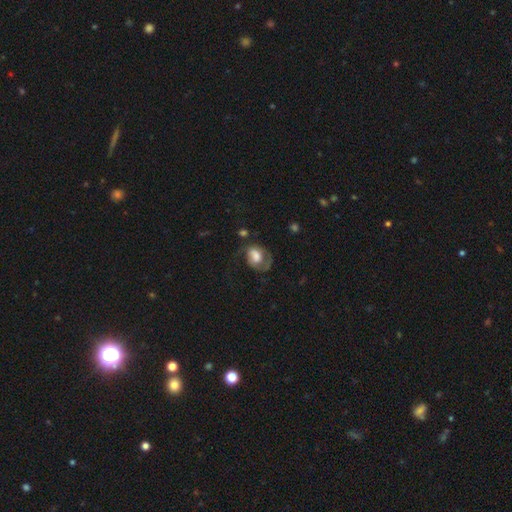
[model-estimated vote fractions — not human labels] Smooth or featured? smooth (49%)
Merging? major disturbance (37%)